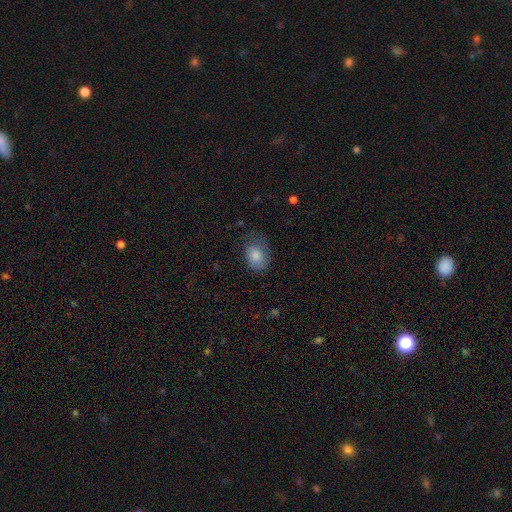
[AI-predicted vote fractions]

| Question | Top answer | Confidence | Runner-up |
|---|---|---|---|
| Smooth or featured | smooth | 81% | featured or disk (12%) |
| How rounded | in between | 74% | round (25%) |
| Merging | none | 49% | minor disturbance (33%) |